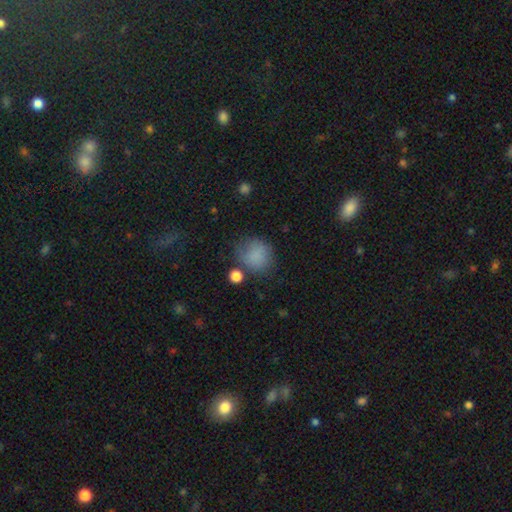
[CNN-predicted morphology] Overall: smooth (81%). How rounded: round (77%). Merging: none (62%; minor disturbance 22%).